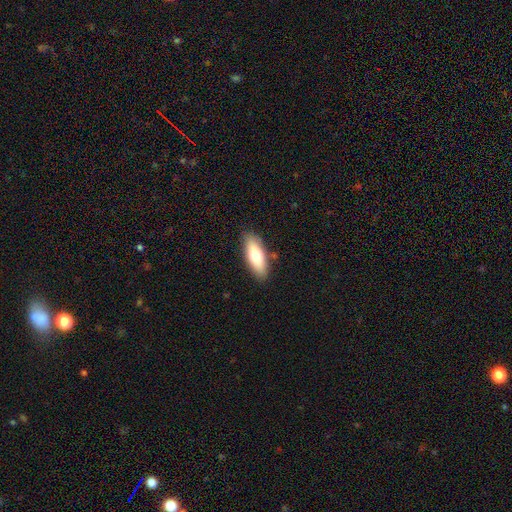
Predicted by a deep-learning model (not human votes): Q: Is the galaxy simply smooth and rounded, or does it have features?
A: smooth — 70%.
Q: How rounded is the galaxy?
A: in between — 68%.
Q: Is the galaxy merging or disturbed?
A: none — 86%.